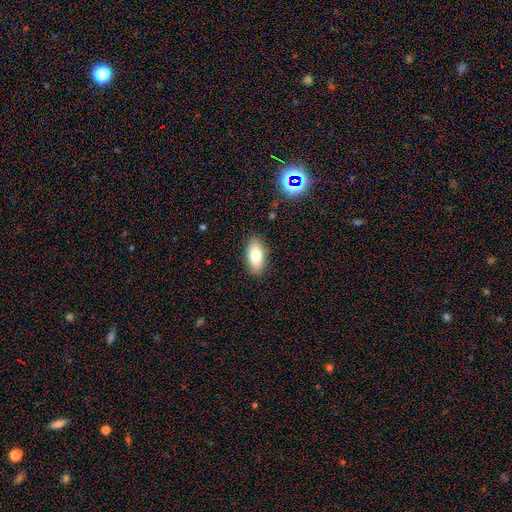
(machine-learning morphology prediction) A smooth galaxy with no disk features (77%) that is in between round and cigar-shaped (88%).

Vote fractions:
- Smooth or featured? smooth: 77% / featured or disk: 15% / star or artifact: 8%
- How rounded? in between: 88% / cigar-shaped: 8% / round: 3%
- Merging? none: 88% / minor disturbance: 9% / major disturbance: 2% / merger: 1%